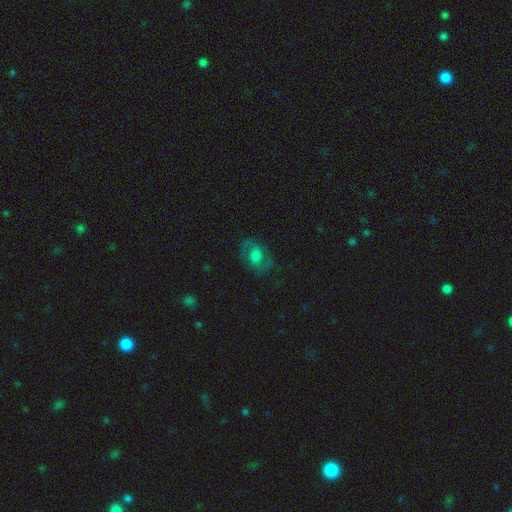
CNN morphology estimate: type=featured or disk (52%); edge-on=no (95%); merging=none (70%).